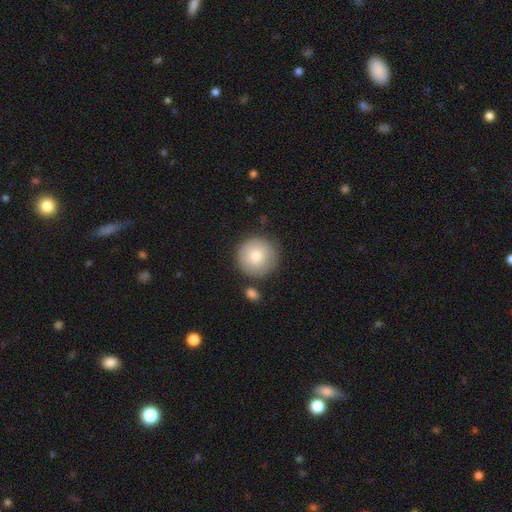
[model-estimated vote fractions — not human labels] Overall: smooth (81%). How rounded: round (96%). Merging: none (80%).